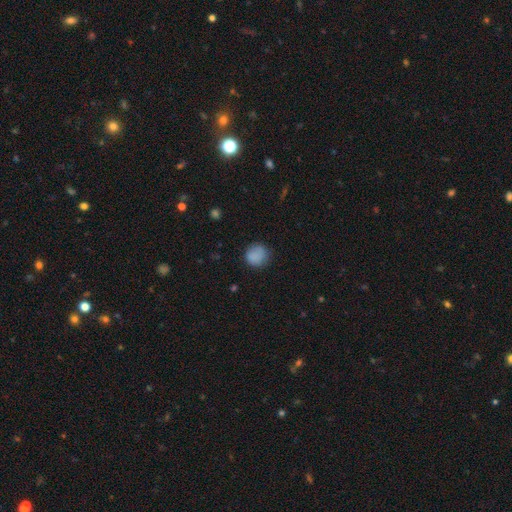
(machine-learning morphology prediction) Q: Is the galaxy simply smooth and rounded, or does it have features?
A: smooth — 85%.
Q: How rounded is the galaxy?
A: round — 88%.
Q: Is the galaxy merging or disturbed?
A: none — 79%.